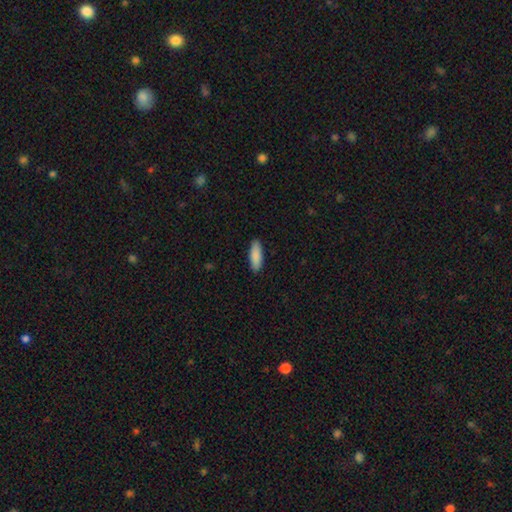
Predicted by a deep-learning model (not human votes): This is clearly a smooth galaxy (89%). How rounded: likely in between (61%). Merging: clearly none (89%).